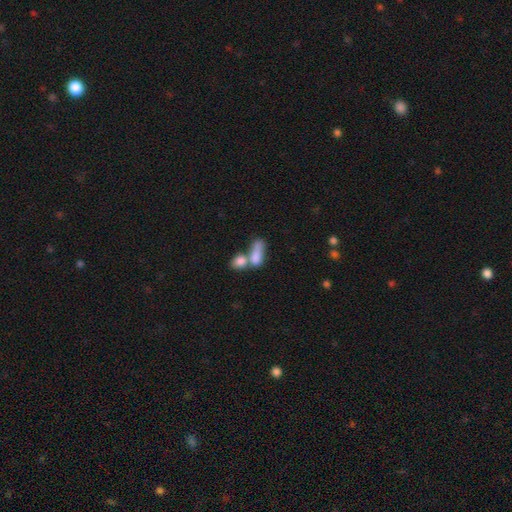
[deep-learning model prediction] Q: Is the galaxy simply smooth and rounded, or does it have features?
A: smooth — 78%.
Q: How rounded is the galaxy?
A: in between — 73%.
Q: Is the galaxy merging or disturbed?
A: merger — 62%.